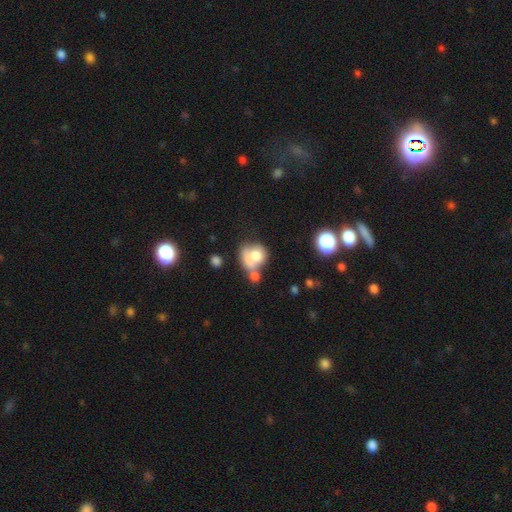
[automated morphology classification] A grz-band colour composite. It shows a smooth galaxy with no disk features (66%) that is round (67%). Merging: merger (40%).